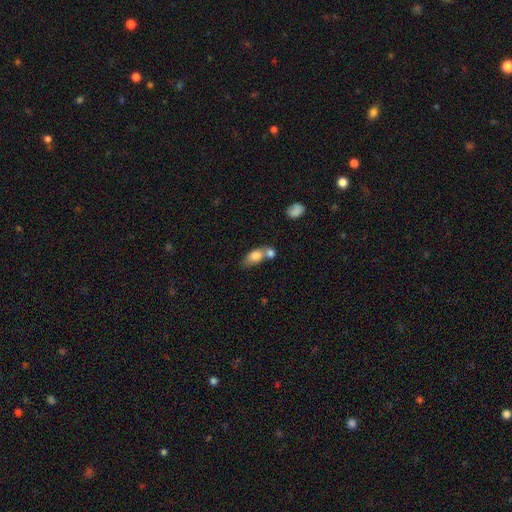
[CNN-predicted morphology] Q: Smooth or featured?
A: smooth (79%); runner-up: featured or disk (13%)
Q: How rounded?
A: in between (79%); runner-up: round (15%)
Q: Merging?
A: merger (53%); runner-up: none (28%)